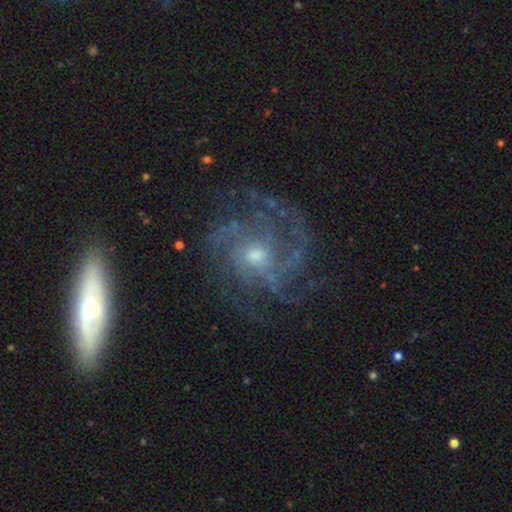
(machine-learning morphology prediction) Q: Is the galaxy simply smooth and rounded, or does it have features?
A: featured or disk — 85%.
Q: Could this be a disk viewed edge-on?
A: no — 98%.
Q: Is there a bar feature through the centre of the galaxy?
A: no — 62%.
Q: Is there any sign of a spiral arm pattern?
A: yes — 93%.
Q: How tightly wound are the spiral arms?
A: medium — 46%.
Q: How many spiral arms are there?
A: can't tell — 25%, tied with 3.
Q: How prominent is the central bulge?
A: moderate — 47%.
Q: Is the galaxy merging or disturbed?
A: none — 67%.